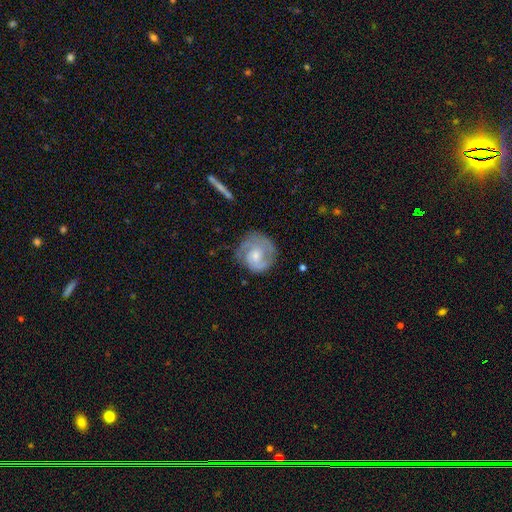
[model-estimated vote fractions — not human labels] A featured or disk galaxy (70%) with no bar (70%), 2 (48%) tight (54%) spiral arms (89%) and a small central bulge (55%). Merging: none (67%).